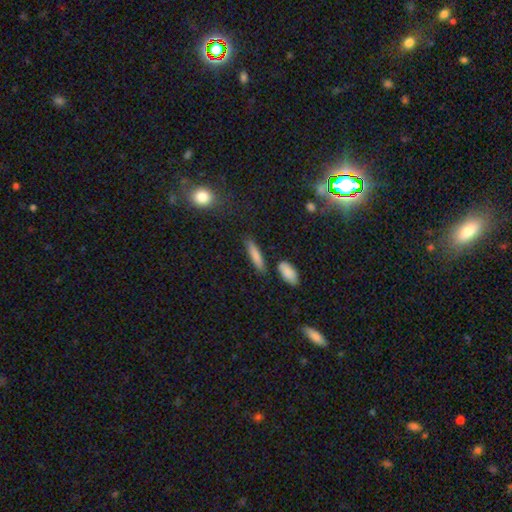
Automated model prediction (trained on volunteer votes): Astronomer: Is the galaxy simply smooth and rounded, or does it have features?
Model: smooth — 81%.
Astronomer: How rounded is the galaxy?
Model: cigar-shaped — 77%.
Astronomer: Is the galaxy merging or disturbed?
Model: none — 82%.